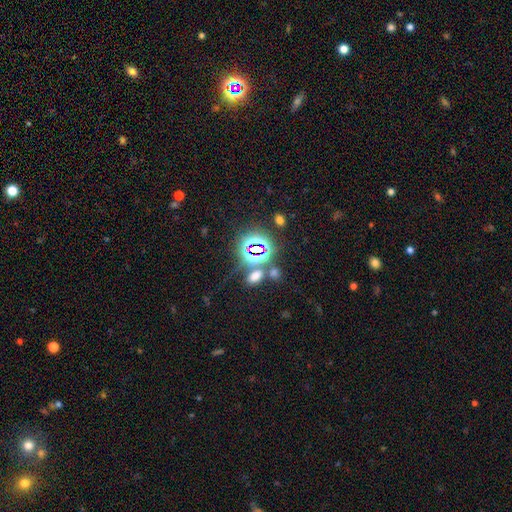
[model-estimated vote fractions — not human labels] Smooth or featured: star or artifact — 75% (smooth — 16%)